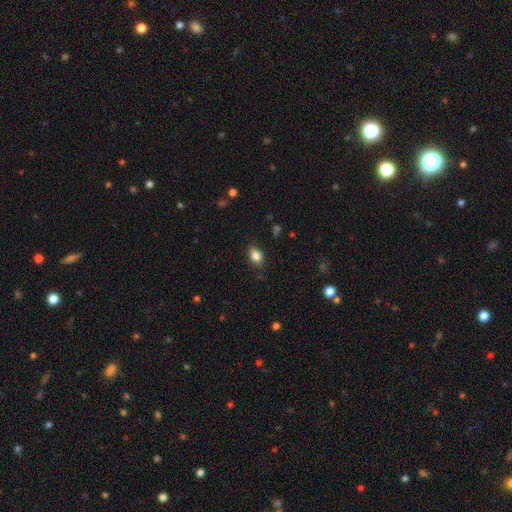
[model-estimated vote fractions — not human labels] This is clearly a smooth galaxy (85%). How rounded: clearly in between (81%). Merging: clearly none (83%).